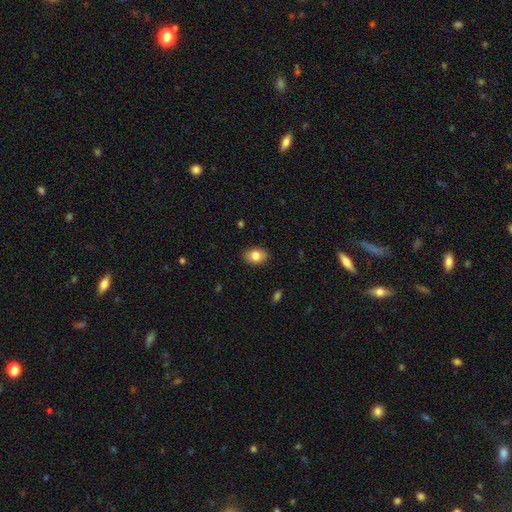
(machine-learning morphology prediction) Smooth or featured?
  - smooth: 82% *
  - featured or disk: 10%
  - star or artifact: 8%
How rounded?
  - in between: 73% *
  - round: 26%
  - cigar-shaped: 1%
Merging?
  - none: 87% *
  - minor disturbance: 10%
  - major disturbance: 2%
  - merger: 1%